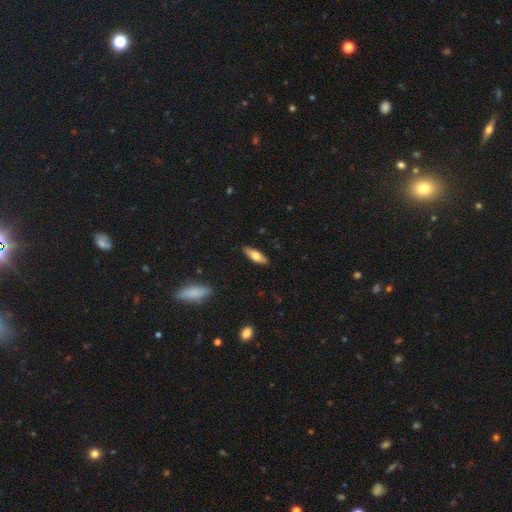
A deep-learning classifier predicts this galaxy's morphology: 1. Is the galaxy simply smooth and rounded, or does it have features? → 70% smooth, 24% featured or disk, 6% star or artifact.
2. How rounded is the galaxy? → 65% in between, 33% cigar-shaped, 2% round.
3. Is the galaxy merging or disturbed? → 88% none, 9% minor disturbance, 2% major disturbance, 1% merger.